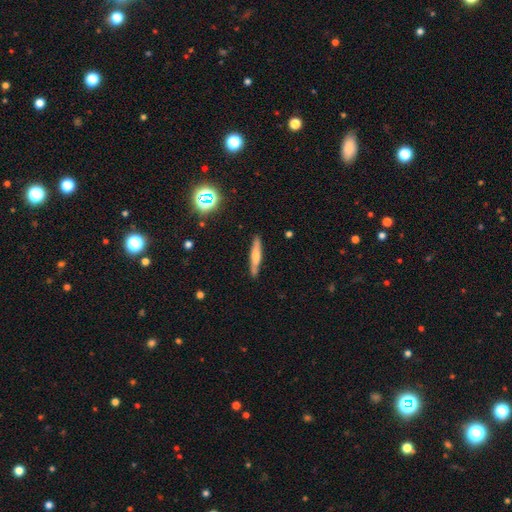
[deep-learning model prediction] smooth_or_featured: smooth (p=0.52) [alt: featured or disk p=0.40]
how_rounded: cigar-shaped (p=0.89) [alt: in between p=0.09]
merging: none (p=0.86) [alt: minor disturbance p=0.10]